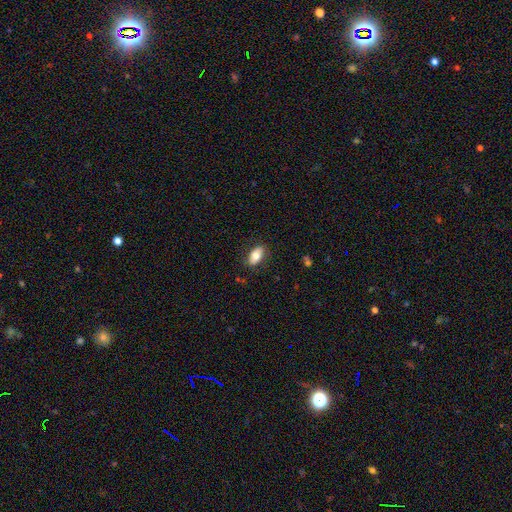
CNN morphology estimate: A smooth galaxy with no disk features (72%) that is in between round and cigar-shaped (88%).

Vote fractions:
- Smooth or featured? smooth: 72% / featured or disk: 21% / star or artifact: 7%
- How rounded? in between: 88% / cigar-shaped: 7% / round: 5%
- Merging? none: 82% / minor disturbance: 14% / major disturbance: 3% / merger: 1%